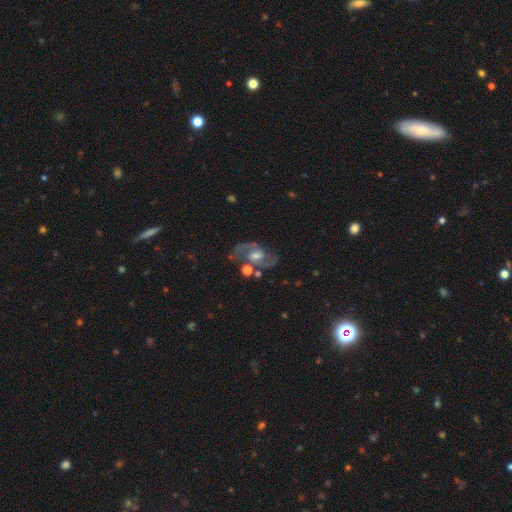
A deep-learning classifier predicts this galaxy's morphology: Overall: featured or disk (85%). Edge-on disk: no (97%). Bar: weak (49%; no 36%). Spiral arms: yes (95%). Spiral arm count: 2 (92%). Spiral winding: medium (60%; loose 21%). Bulge size: moderate (54%; small 33%). Merging: none (73%).